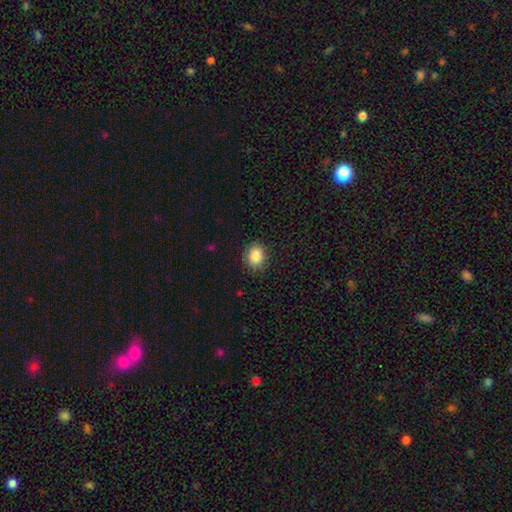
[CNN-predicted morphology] Smooth or featured? Predicted: smooth (p=0.86). How rounded? Predicted: round (p=0.65). Merging? Predicted: none (p=0.87).